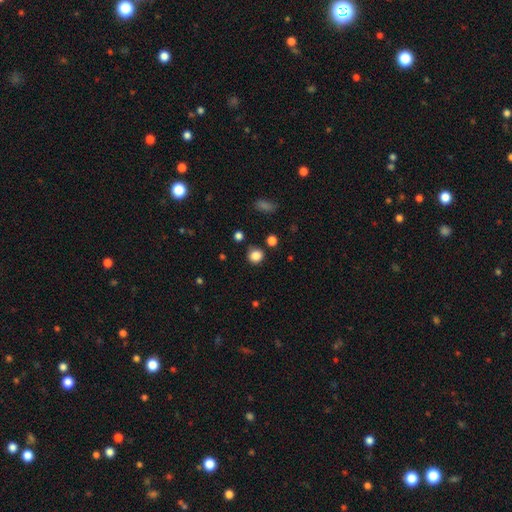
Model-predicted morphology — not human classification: type=smooth (84%); roundness=round (89%); merging=none (85%).